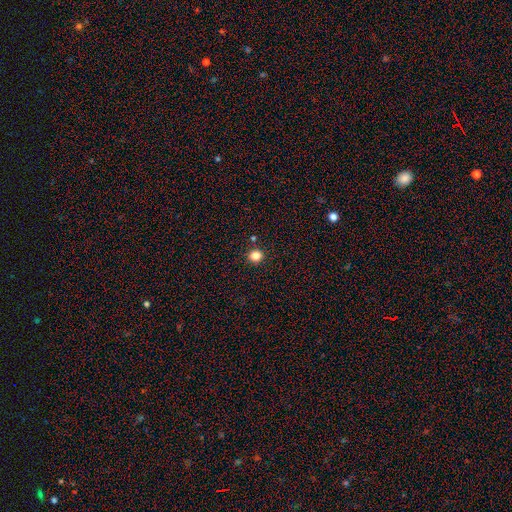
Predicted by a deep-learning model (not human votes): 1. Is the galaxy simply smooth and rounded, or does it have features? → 83% smooth, 13% star or artifact, 4% featured or disk.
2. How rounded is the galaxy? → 88% round, 11% in between, 1% cigar-shaped.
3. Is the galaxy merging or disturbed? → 90% none, 5% minor disturbance, 3% merger, 2% major disturbance.